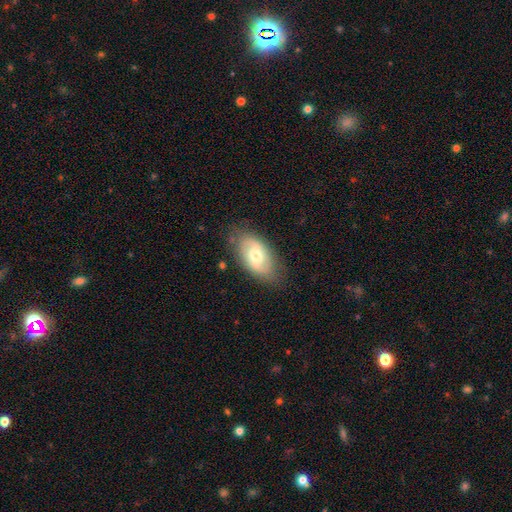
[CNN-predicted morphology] Overall: featured or disk (47%; smooth 46%). Merging: none (77%).